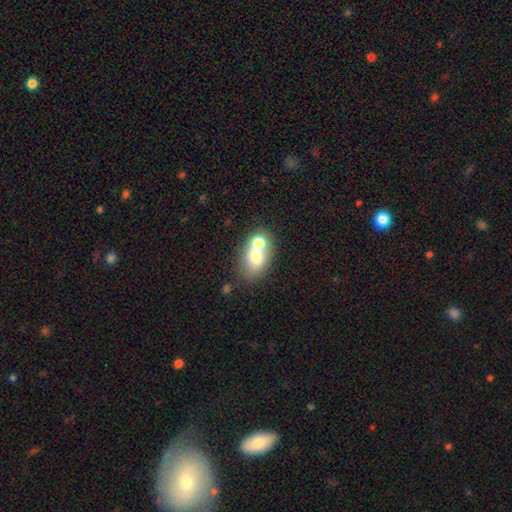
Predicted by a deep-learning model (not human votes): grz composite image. It shows a smooth galaxy with no disk features (66%) that is in between round and cigar-shaped (67%). Merging: merger (45%).